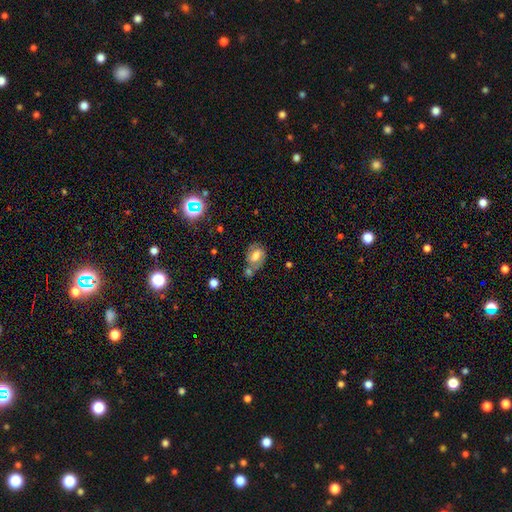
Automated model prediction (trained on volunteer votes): This appears to be a featured or disk galaxy (50%). Merging: none (47%).